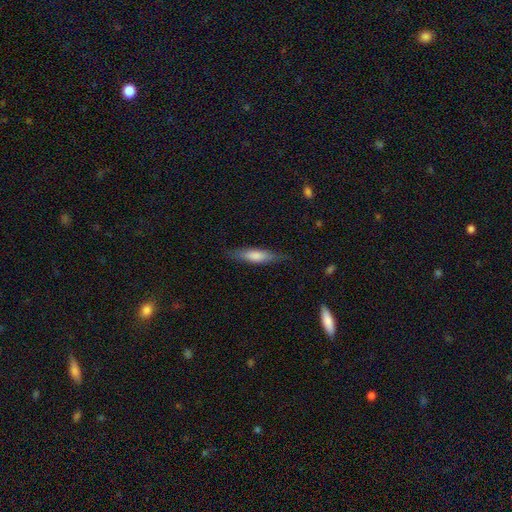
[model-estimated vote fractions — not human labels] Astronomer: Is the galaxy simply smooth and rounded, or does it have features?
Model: smooth — 70%.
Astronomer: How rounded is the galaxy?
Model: cigar-shaped — 68%.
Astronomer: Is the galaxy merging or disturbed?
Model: none — 80%.